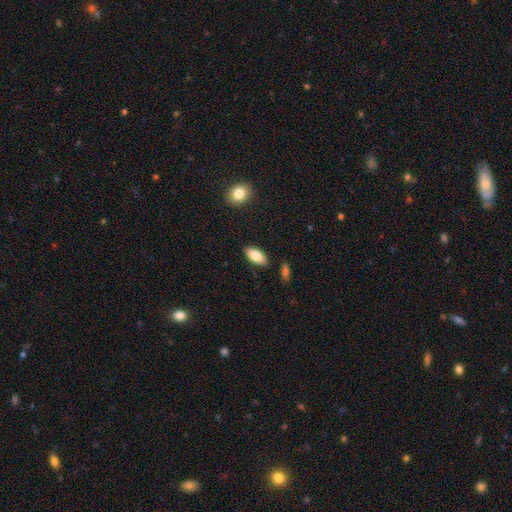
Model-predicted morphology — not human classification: smooth-or-featured: smooth: 85% | featured or disk: 9% | star or artifact: 6%
  how-rounded: in between: 92% | cigar-shaped: 6% | round: 2%
  merging: none: 85% | minor disturbance: 10% | merger: 2% | major disturbance: 2%